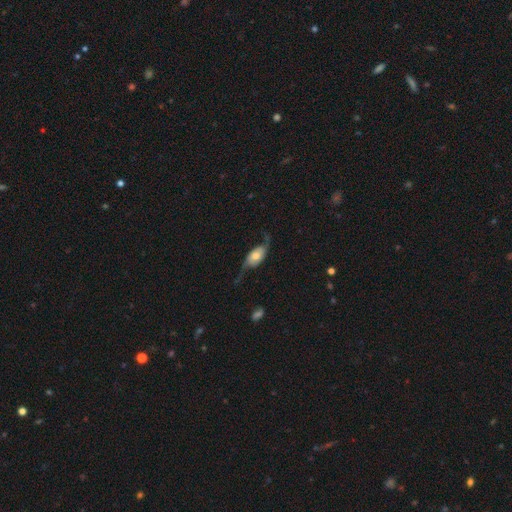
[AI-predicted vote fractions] Smooth or featured: featured or disk — 63% (smooth — 30%)
Edge-on disk: no — 83% (yes — 17%)
Bar: no — 66% (weak — 25%)
Spiral arms: yes — 85% (no — 15%)
Bulge size: moderate — 45% (small — 23%)
Merging: none — 52% (minor disturbance — 24%)